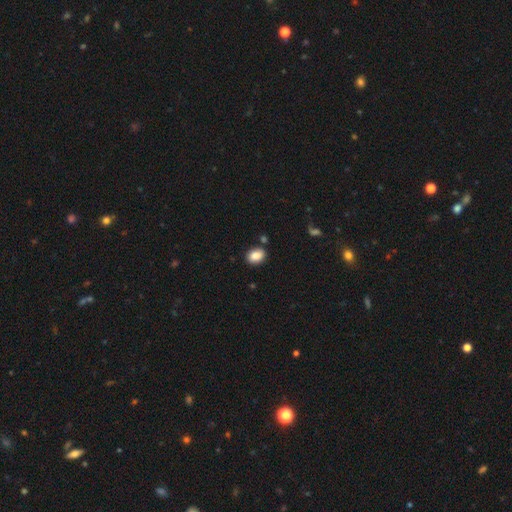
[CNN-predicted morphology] smooth 87%, star or artifact 8%, featured or disk 5%. Down the decision tree: how rounded — in between (73%); merging — none (83%).